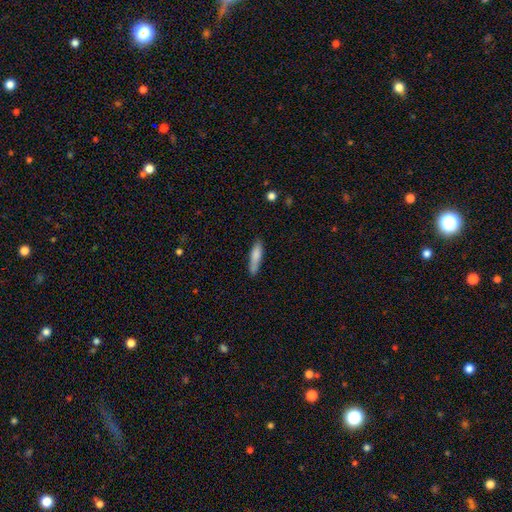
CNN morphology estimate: smooth 80%, featured or disk 13%, star or artifact 6%. Down the decision tree: how rounded — cigar-shaped (76%); merging — none (73%).